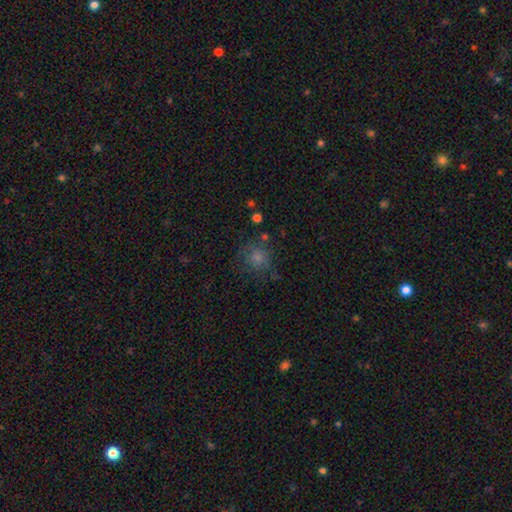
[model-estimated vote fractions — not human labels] This is likely a smooth galaxy (66%). How rounded: clearly round (86%). Merging: likely none (68%).